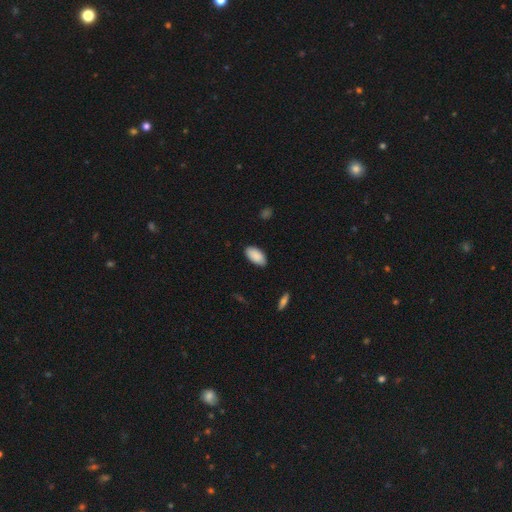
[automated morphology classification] Smooth or featured? smooth (89%)
How rounded? in between (95%)
Merging? none (85%)